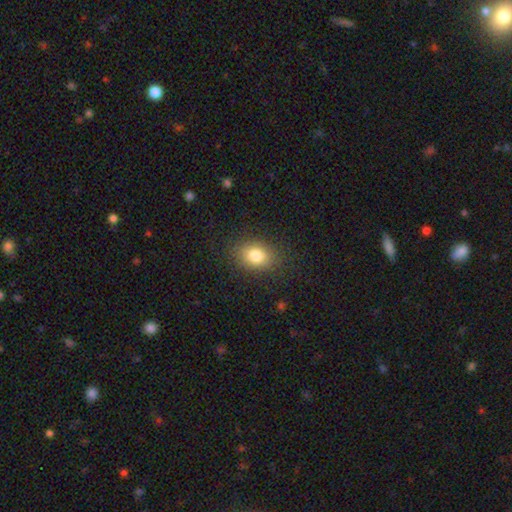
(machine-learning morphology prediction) type=smooth (82%); roundness=in between (69%); merging=none (85%).